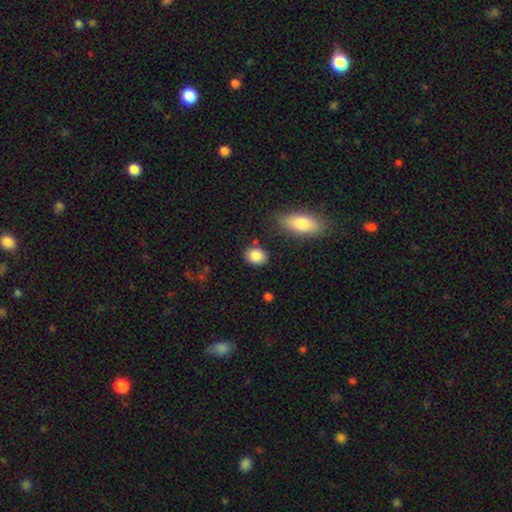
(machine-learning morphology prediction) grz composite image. It shows a smooth galaxy with no disk features (87%) that is in between round and cigar-shaped (55%). Merging: none (81%).